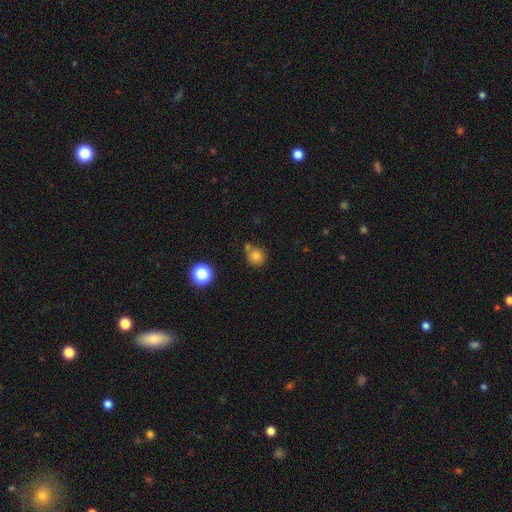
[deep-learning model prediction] This appears to be a smooth galaxy with no disk features (78%) that is round (87%). Merging: none (60%).